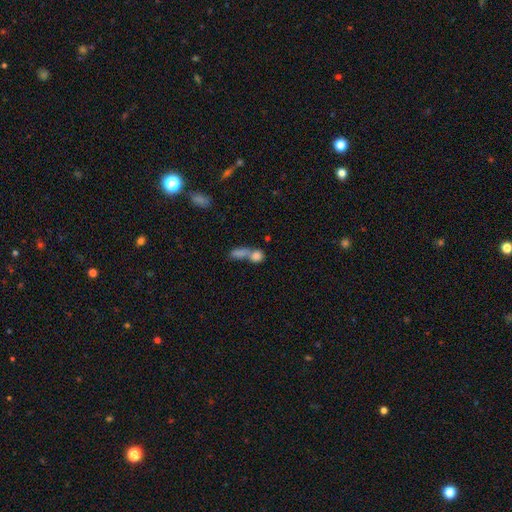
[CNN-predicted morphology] Overall: smooth (79%). How rounded: round (48%; in between 44%). Merging: merger (68%).